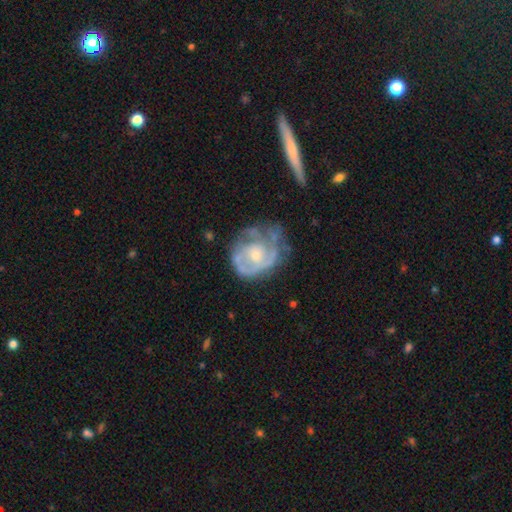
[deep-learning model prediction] Smooth or featured? featured or disk (76%)
Edge-on disk? no (98%)
Bar? no (79%)
Spiral arms? yes (76%)
Spiral winding? tight (53%)
Spiral arm count? can't tell (40%)
Bulge size? small (57%)
Merging? none (43%)